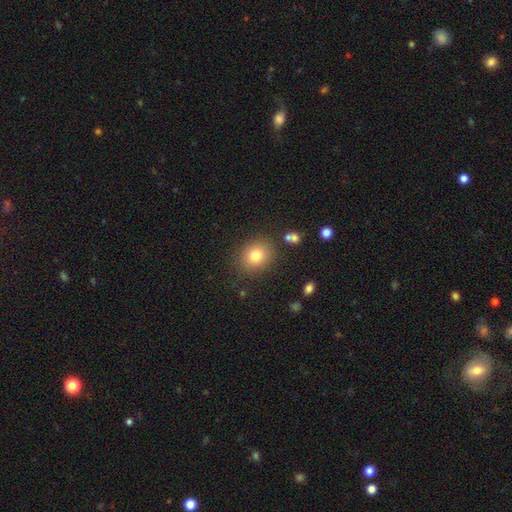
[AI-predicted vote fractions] Overall: smooth (79%). How rounded: round (70%). Merging: none (84%).